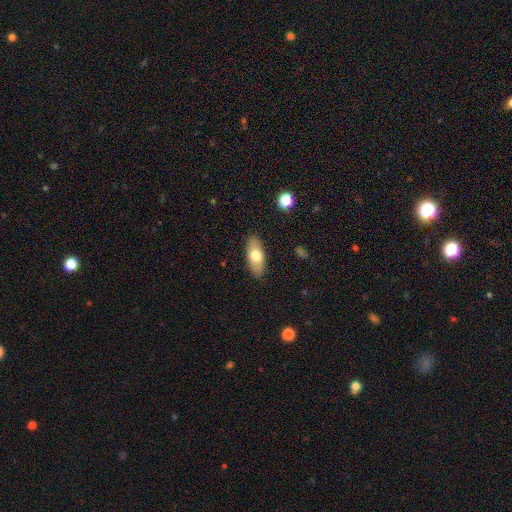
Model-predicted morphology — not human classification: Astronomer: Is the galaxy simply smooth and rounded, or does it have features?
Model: smooth — 70%.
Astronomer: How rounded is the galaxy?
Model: in between — 85%.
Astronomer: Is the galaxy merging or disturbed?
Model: none — 87%.